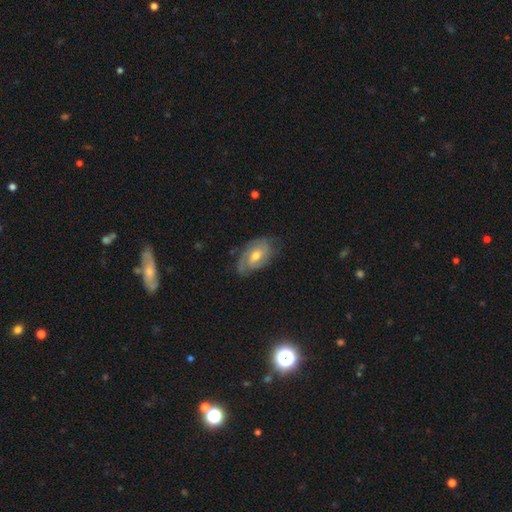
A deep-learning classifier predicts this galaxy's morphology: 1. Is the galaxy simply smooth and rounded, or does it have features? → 74% featured or disk, 20% smooth, 6% star or artifact.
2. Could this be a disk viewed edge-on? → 95% no, 5% yes.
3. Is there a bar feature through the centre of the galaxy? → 51% no, 40% weak, 9% strong.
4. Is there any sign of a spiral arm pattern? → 90% yes, 10% no.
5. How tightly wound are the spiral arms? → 52% tight, 35% medium, 13% loose.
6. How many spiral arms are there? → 47% 2, 27% can't tell, 10% 3, 10% 1, 3% 4, 2% more than 4.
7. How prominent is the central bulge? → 68% moderate, 26% small, 4% large, 1% none, 1% dominant.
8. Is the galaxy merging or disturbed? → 68% none, 23% minor disturbance, 8% major disturbance, 1% merger.